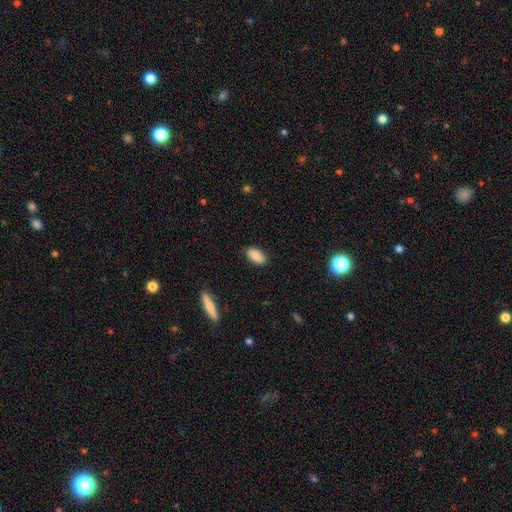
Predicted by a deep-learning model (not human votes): A smooth galaxy with no disk features (84%) that is in between round and cigar-shaped (93%).

Vote fractions:
- Smooth or featured? smooth: 84% / featured or disk: 9% / star or artifact: 7%
- How rounded? in between: 93% / cigar-shaped: 4% / round: 3%
- Merging? none: 86% / minor disturbance: 11% / major disturbance: 2% / merger: 1%